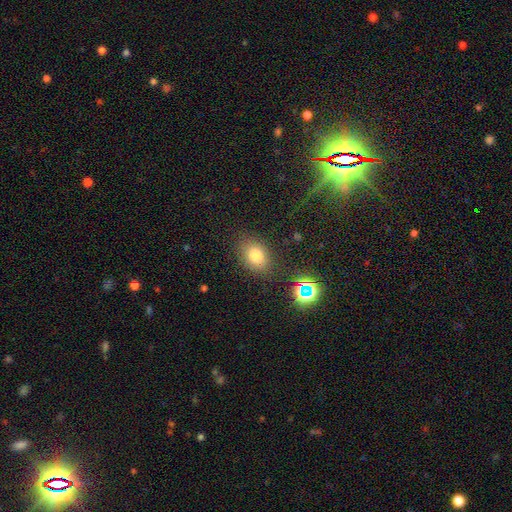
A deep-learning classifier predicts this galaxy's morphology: Q: Smooth or featured?
A: smooth (77%); runner-up: star or artifact (14%)
Q: How rounded?
A: in between (68%); runner-up: round (31%)
Q: Merging?
A: none (81%); runner-up: minor disturbance (13%)